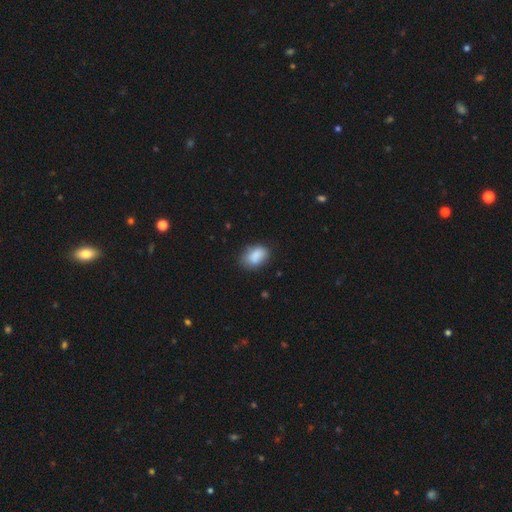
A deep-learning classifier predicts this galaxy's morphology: A smooth galaxy with no disk features (86%) that is in between round and cigar-shaped (84%). Merging: none (69%).